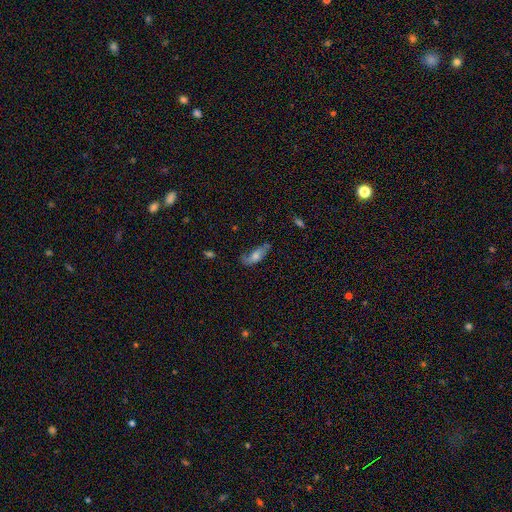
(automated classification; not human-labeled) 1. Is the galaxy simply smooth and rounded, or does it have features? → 50% smooth, 41% featured or disk, 9% star or artifact.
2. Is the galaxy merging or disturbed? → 57% none, 28% minor disturbance, 12% major disturbance, 3% merger.